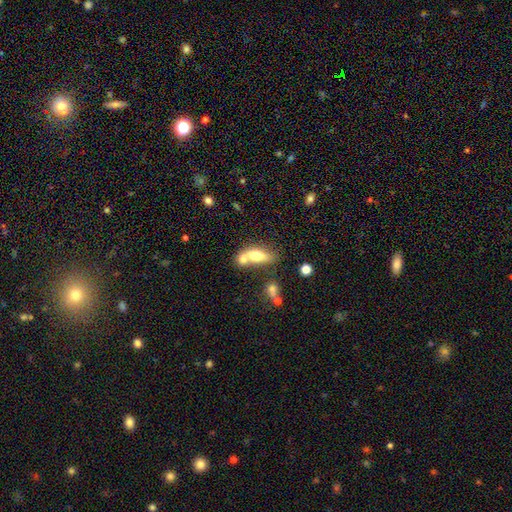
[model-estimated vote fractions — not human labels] Smooth or featured?
  - smooth: 66% *
  - featured or disk: 26%
  - star or artifact: 9%
How rounded?
  - in between: 69% *
  - cigar-shaped: 22%
  - round: 9%
Merging?
  - merger: 55% *
  - none: 28%
  - minor disturbance: 10%
  - major disturbance: 6%